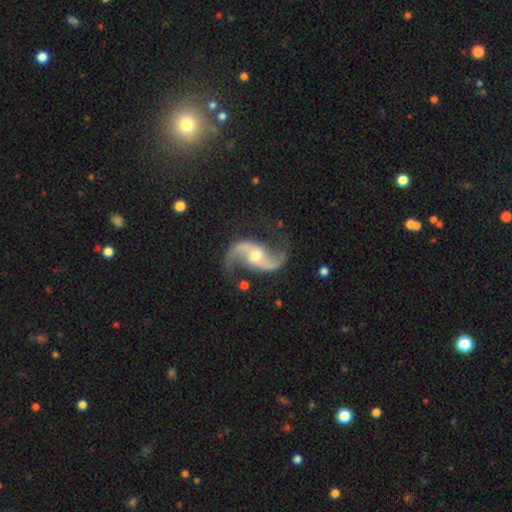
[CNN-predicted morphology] A featured or disk galaxy (93%) with no bar (44%), 2 (95%) loose (72%) spiral arms (98%) and a moderate central bulge (60%).

Vote fractions:
- Smooth or featured? featured or disk: 93% / star or artifact: 4% / smooth: 3%
- Edge-on disk? no: 98% / yes: 2%
- Bar? no: 44% / weak: 36% / strong: 20%
- Spiral arms? yes: 98% / no: 2%
- Spiral winding? loose: 72% / medium: 23% / tight: 5%
- Spiral arm count? 2: 95% / 1: 1% / can't tell: 1% / 3: 1% / 4: 1% / more than 4: 1%
- Bulge size? moderate: 60% / small: 31% / large: 5% / none: 2% / dominant: 1%
- Merging? none: 81% / minor disturbance: 12% / major disturbance: 5% / merger: 2%